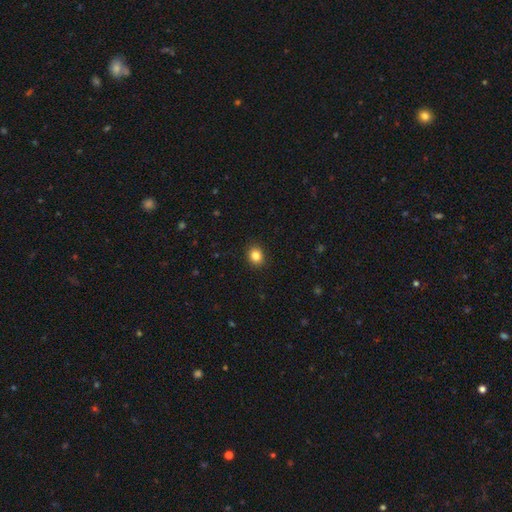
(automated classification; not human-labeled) A smooth galaxy with no disk features (84%) that is round (65%).

Vote fractions:
- Smooth or featured? smooth: 84% / star or artifact: 11% / featured or disk: 5%
- How rounded? round: 65% / in between: 34% / cigar-shaped: 1%
- Merging? none: 91% / minor disturbance: 6% / major disturbance: 2% / merger: 1%